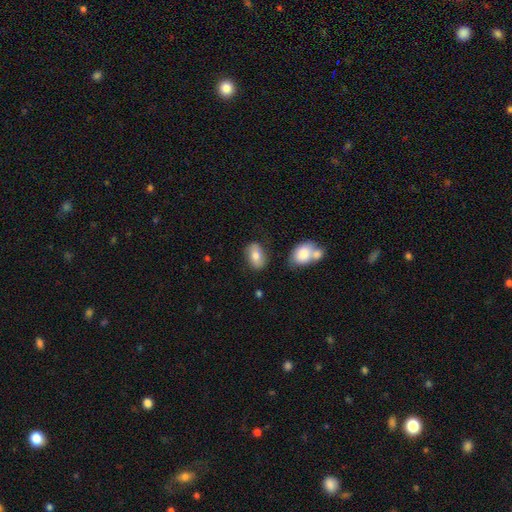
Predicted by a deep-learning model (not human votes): This appears to be a smooth galaxy with no disk features (74%) that is in between round and cigar-shaped (88%). Merging: none (73%).